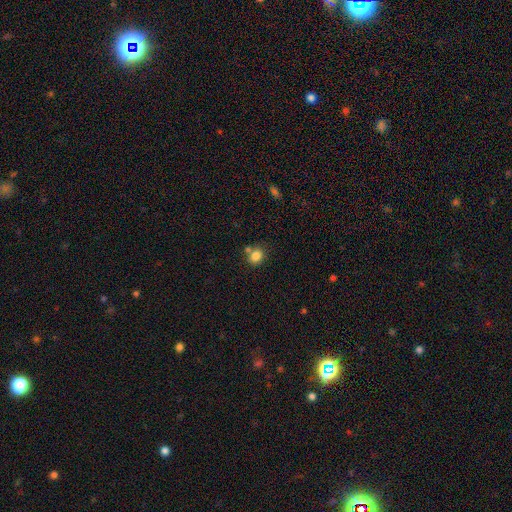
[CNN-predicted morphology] Q: Smooth or featured?
A: smooth (83%); runner-up: star or artifact (11%)
Q: How rounded?
A: round (65%); runner-up: in between (34%)
Q: Merging?
A: none (62%); runner-up: merger (22%)